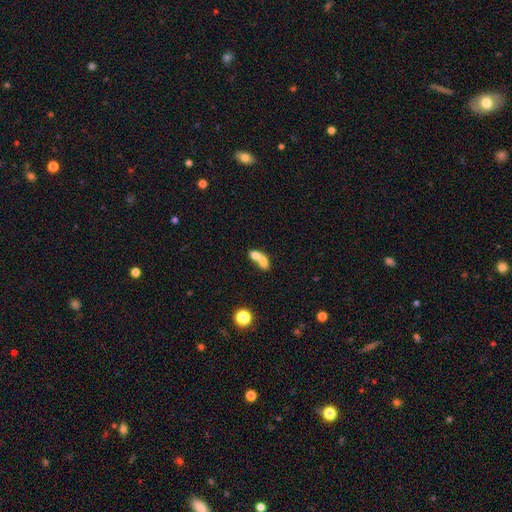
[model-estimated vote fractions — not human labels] smooth-or-featured: smooth: 69% | featured or disk: 21% | star or artifact: 10%
  how-rounded: in between: 67% | round: 29% | cigar-shaped: 4%
  merging: merger: 77% | none: 15% | minor disturbance: 5% | major disturbance: 4%